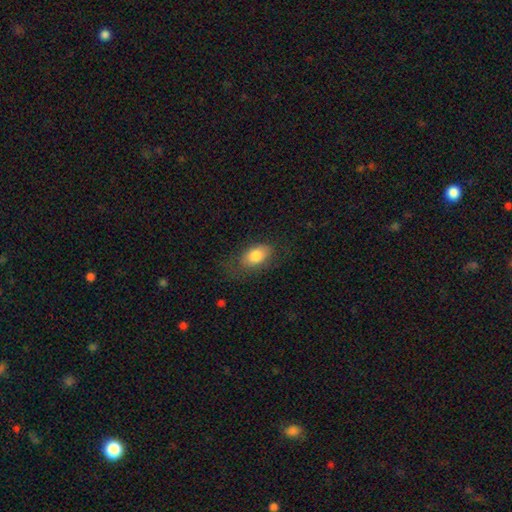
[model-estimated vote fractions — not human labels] Overall: smooth (80%). How rounded: in between (90%). Merging: none (68%).